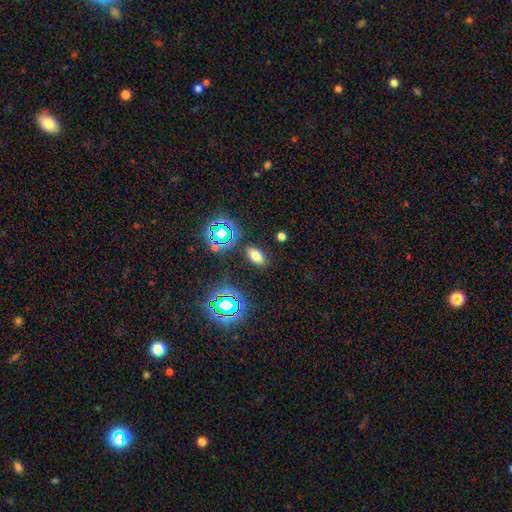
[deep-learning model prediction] Smooth or featured: smooth — 68% (star or artifact — 23%)
How rounded: in between — 88% (round — 9%)
Merging: none — 87% (minor disturbance — 8%)